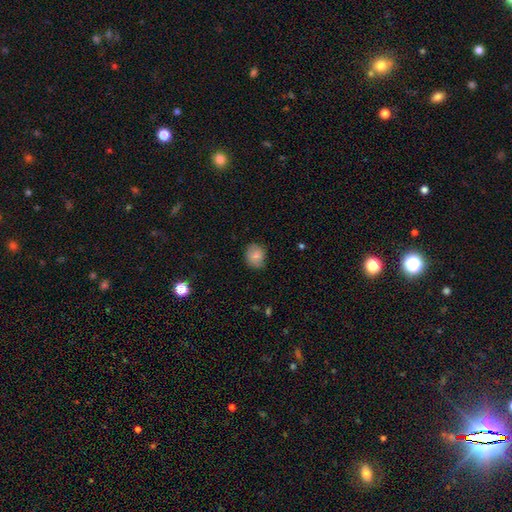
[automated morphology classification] smooth 78%, featured or disk 13%, star or artifact 8%. Down the decision tree: how rounded — round (62%); merging — none (74%).